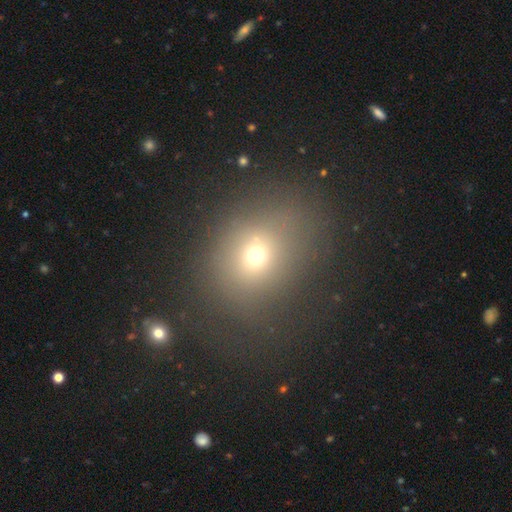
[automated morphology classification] Smooth or featured: smooth — 66% (star or artifact — 21%)
How rounded: round — 62% (in between — 37%)
Merging: none — 69% (minor disturbance — 15%)